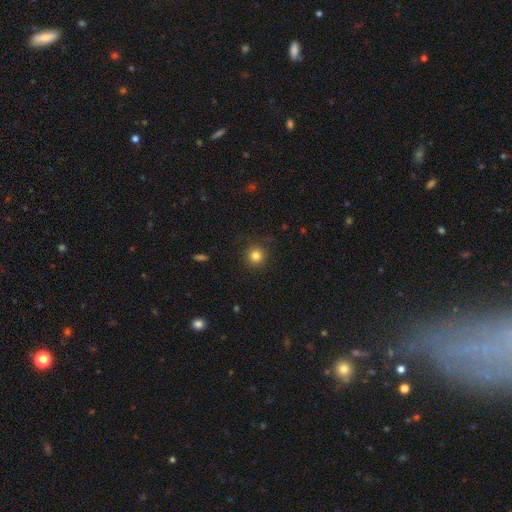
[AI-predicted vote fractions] A smooth galaxy with no disk features (82%) that is round (94%). Merging: none (88%).